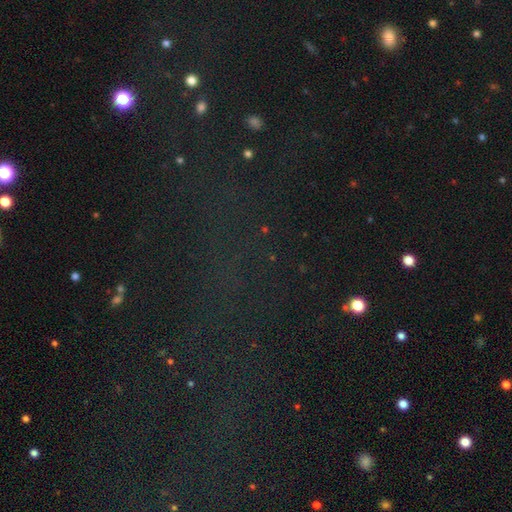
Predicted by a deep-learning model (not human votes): This is likely a star or artifact rather than a galaxy (70%).